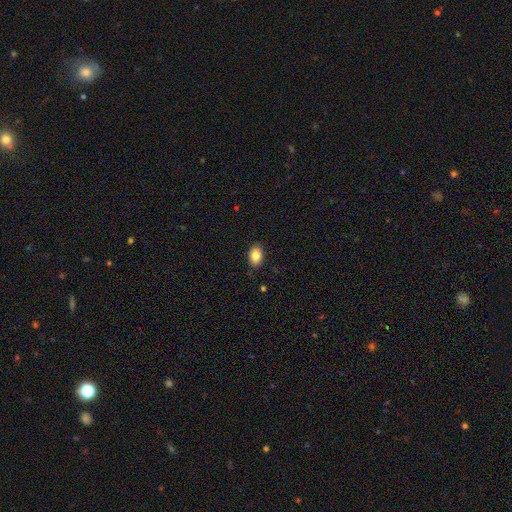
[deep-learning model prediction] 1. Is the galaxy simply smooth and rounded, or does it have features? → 84% smooth, 8% featured or disk, 8% star or artifact.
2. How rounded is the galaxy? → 85% in between, 14% round, 1% cigar-shaped.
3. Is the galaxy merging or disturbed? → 83% none, 13% minor disturbance, 2% major disturbance, 1% merger.